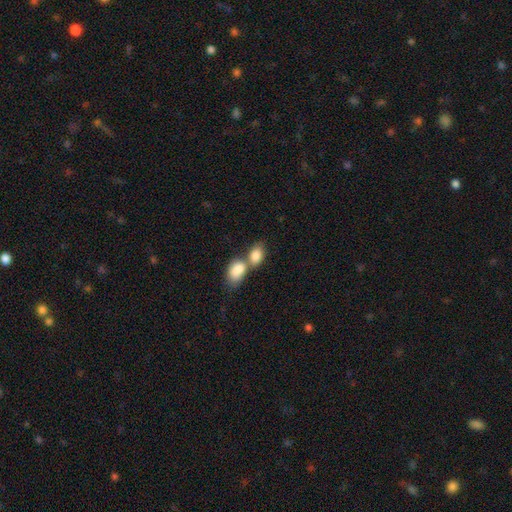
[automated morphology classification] Smooth or featured? smooth (84%)
How rounded? in between (86%)
Merging? merger (68%)